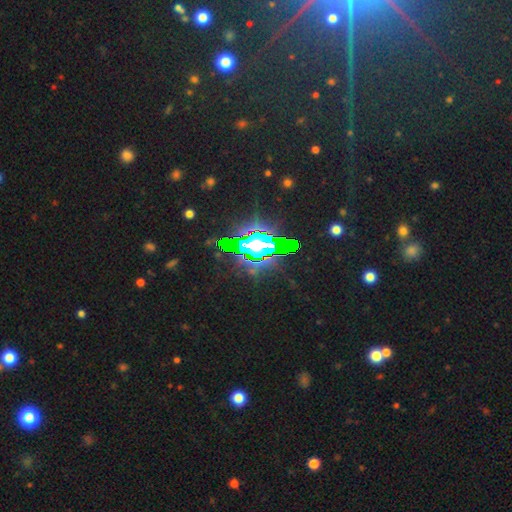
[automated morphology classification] Overall: star or artifact (82%).